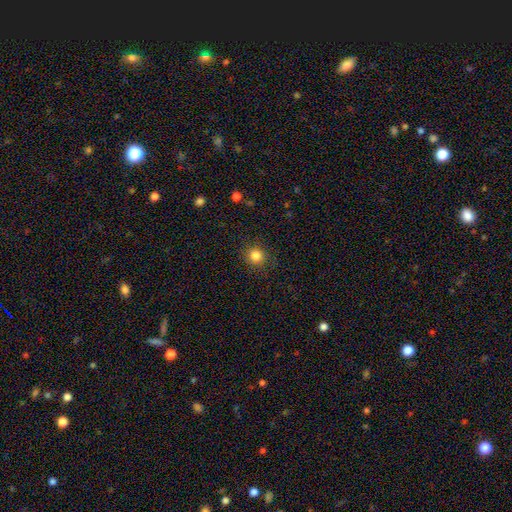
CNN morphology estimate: This appears to be a smooth galaxy with no disk features (84%) that is round (91%). Merging: none (89%).